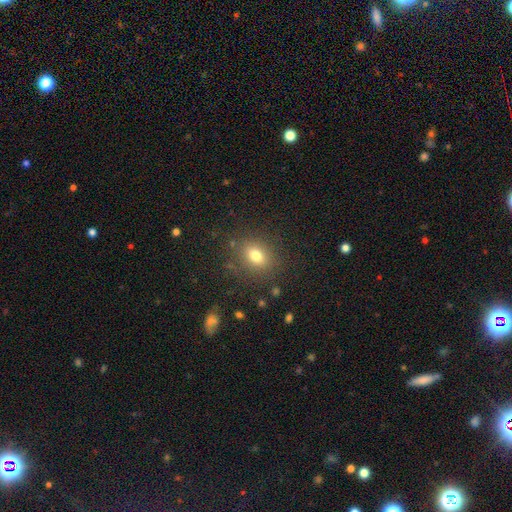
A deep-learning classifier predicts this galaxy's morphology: A smooth galaxy with no disk features (76%) that is in between round and cigar-shaped (51%). Merging: none (83%).